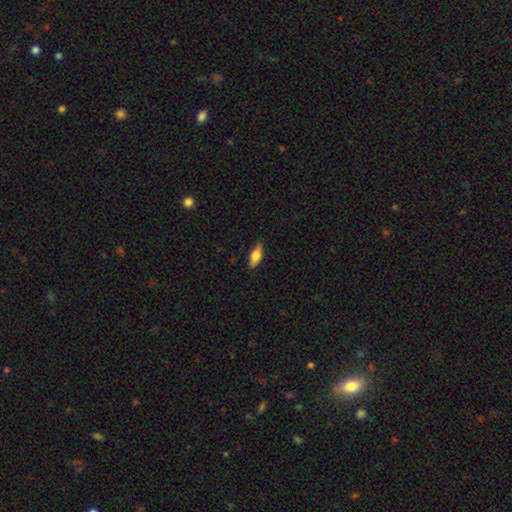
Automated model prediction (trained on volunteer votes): Smooth or featured? smooth (66%)
How rounded? in between (68%)
Merging? none (85%)